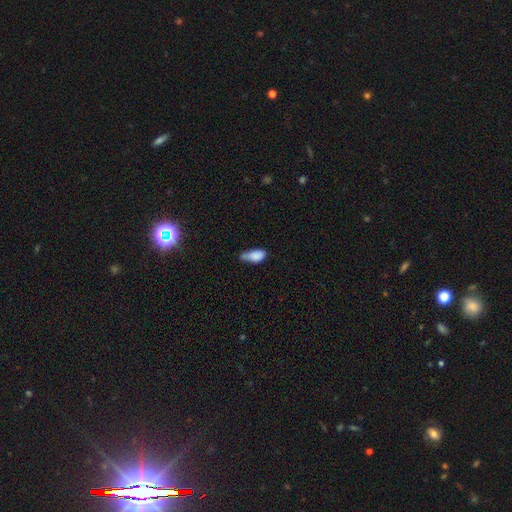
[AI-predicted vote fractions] The model was most divided on "merging": minor disturbance: 47%, none: 33%, major disturbance: 15%, merger: 6%. More confident: how rounded — in between (86%); smooth or featured — smooth (82%).